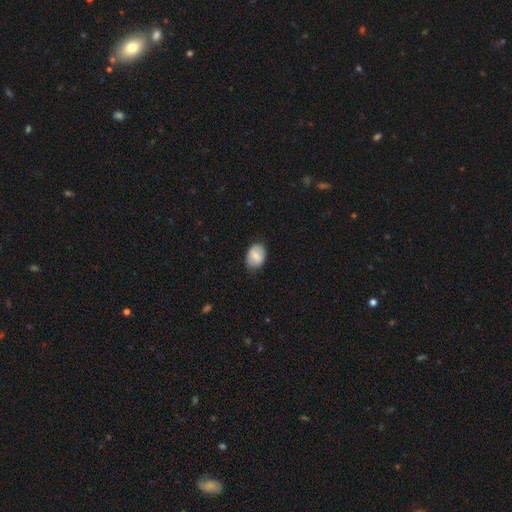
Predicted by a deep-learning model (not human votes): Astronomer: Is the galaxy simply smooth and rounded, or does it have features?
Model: smooth — 70%.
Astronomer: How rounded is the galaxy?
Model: in between — 79%.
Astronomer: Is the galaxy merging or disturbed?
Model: none — 78%.